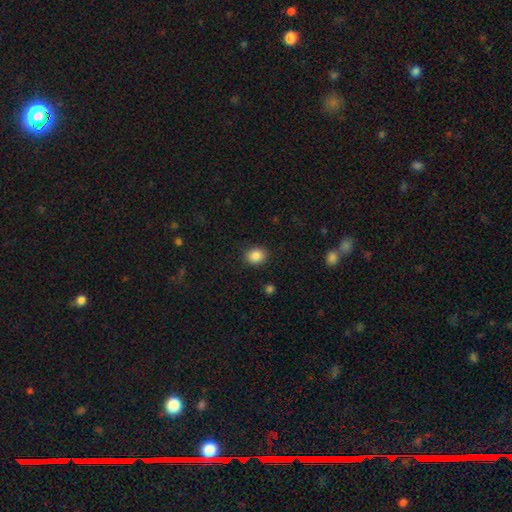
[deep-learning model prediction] smooth-or-featured: smooth: 87% | star or artifact: 9% | featured or disk: 4%
  how-rounded: round: 60% | in between: 39% | cigar-shaped: 1%
  merging: none: 88% | minor disturbance: 8% | major disturbance: 3% | merger: 1%